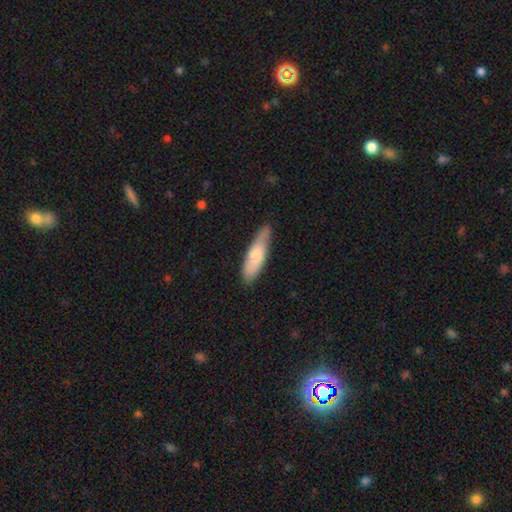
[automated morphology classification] This is likely a smooth galaxy (69%). How rounded: likely cigar-shaped (60%). Merging: likely none (77%).